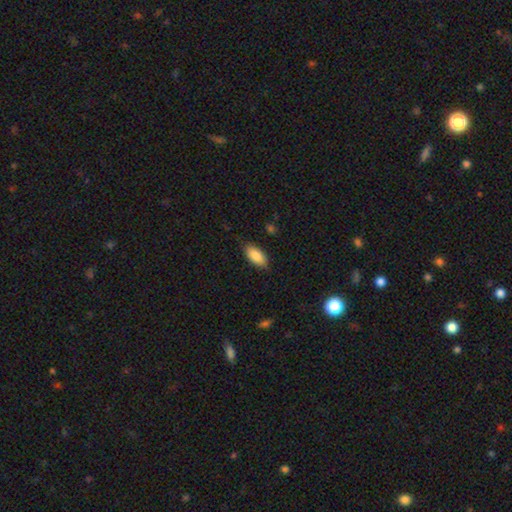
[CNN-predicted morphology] A smooth galaxy with no disk features (86%) that is in between round and cigar-shaped (90%). Merging: none (81%).